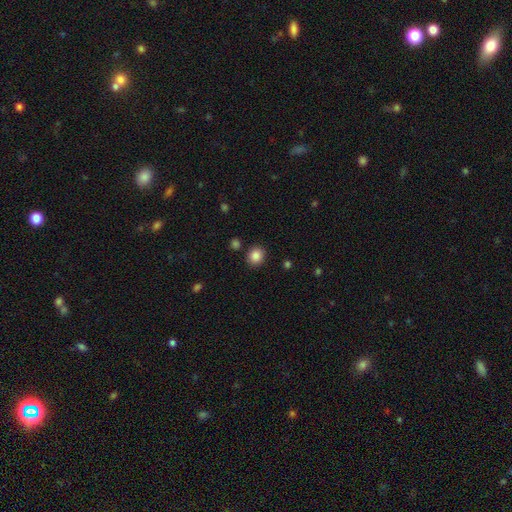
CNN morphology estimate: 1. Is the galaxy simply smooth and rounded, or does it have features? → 86% smooth, 10% star or artifact, 4% featured or disk.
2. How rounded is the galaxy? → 76% round, 23% in between, 1% cigar-shaped.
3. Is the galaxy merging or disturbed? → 87% none, 7% minor disturbance, 3% merger, 2% major disturbance.